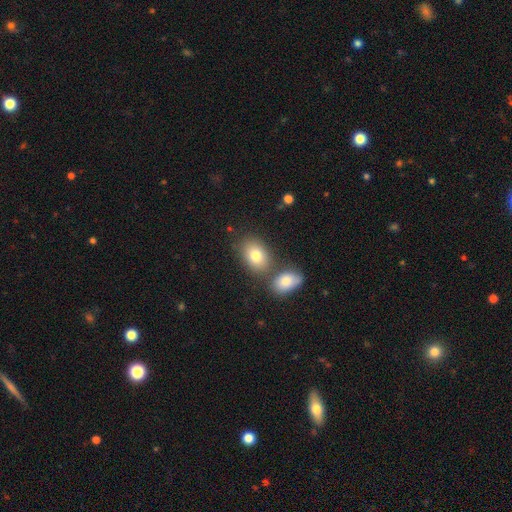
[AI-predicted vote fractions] smooth 79%, featured or disk 12%, star or artifact 9%. Down the decision tree: how rounded — in between (77%); merging — none (62%).